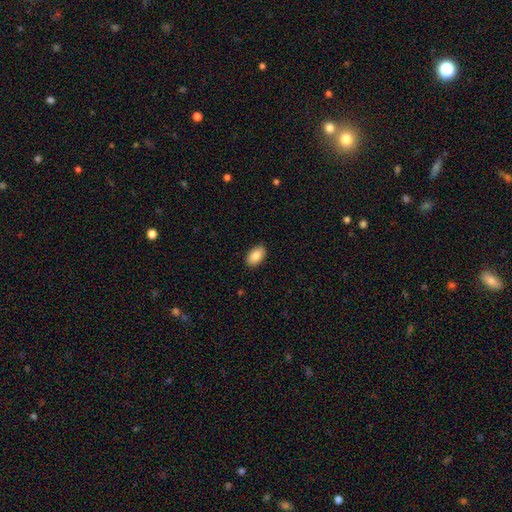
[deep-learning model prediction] smooth 87%, star or artifact 7%, featured or disk 6%. Down the decision tree: how rounded — in between (94%); merging — none (90%).